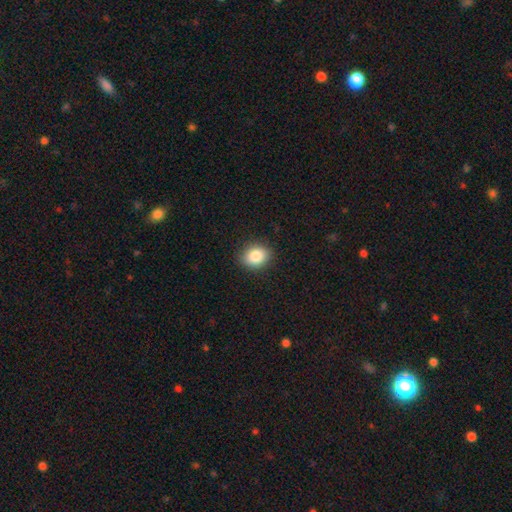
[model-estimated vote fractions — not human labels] Overall: smooth (85%). How rounded: round (50%; in between 49%). Merging: none (88%).